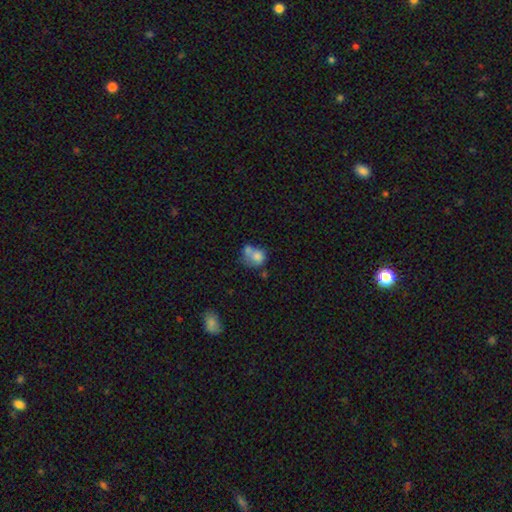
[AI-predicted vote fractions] smooth 72%, featured or disk 18%, star or artifact 10%. Down the decision tree: how rounded — round (60%); merging — merger (51%).